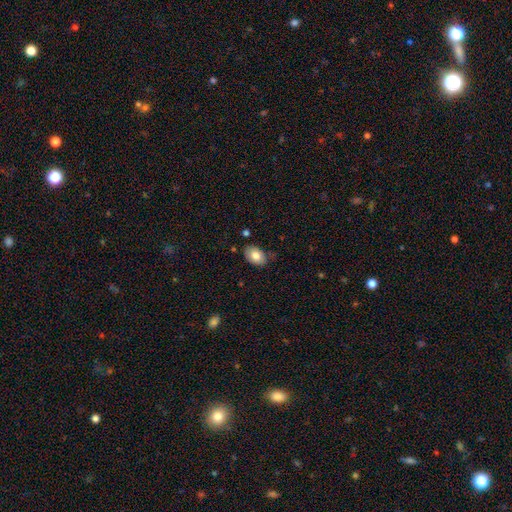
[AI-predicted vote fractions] smooth-or-featured: smooth: 80% | featured or disk: 13% | star or artifact: 7%
  how-rounded: in between: 84% | round: 15% | cigar-shaped: 1%
  merging: none: 69% | minor disturbance: 24% | major disturbance: 5% | merger: 3%